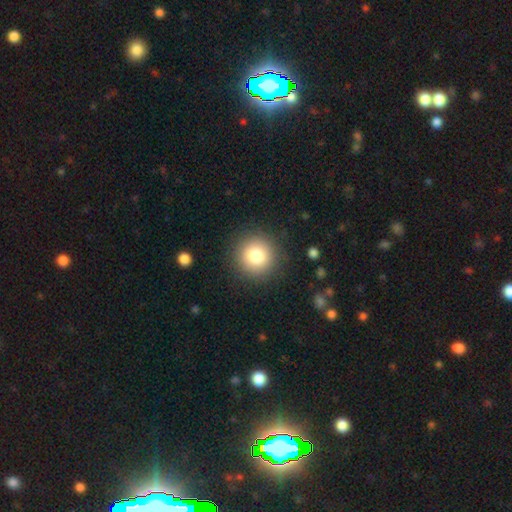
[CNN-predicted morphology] smooth-or-featured: smooth: 80% | star or artifact: 11% | featured or disk: 9%
  how-rounded: round: 95% | in between: 4% | cigar-shaped: 1%
  merging: none: 89% | minor disturbance: 7% | major disturbance: 3% | merger: 1%